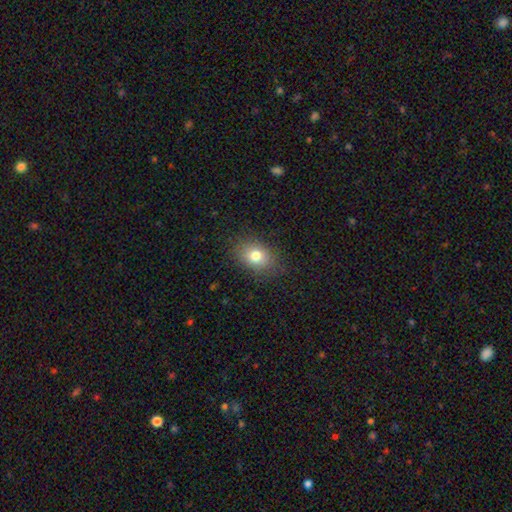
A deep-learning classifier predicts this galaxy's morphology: Overall: smooth (78%). How rounded: in between (64%; round 35%). Merging: none (82%).